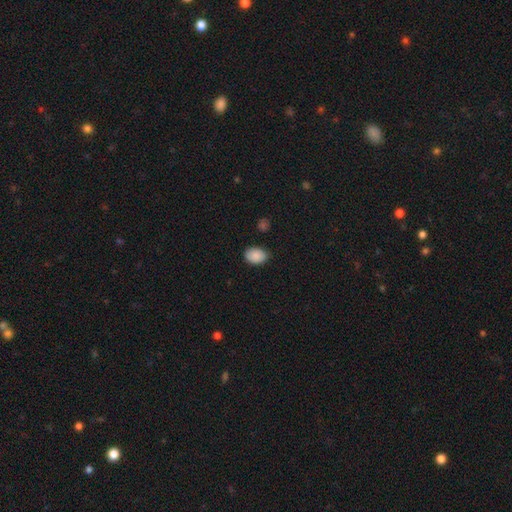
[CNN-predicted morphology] This is clearly a smooth galaxy (88%). How rounded: likely in between (75%). Merging: likely none (80%).